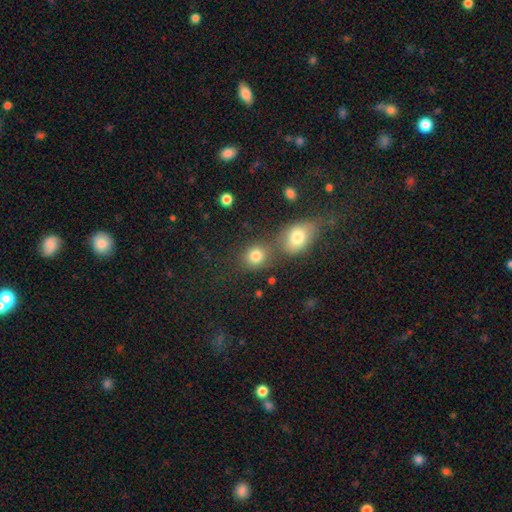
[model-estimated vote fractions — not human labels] Smooth or featured? smooth (81%)
How rounded? round (68%)
Merging? none (53%)